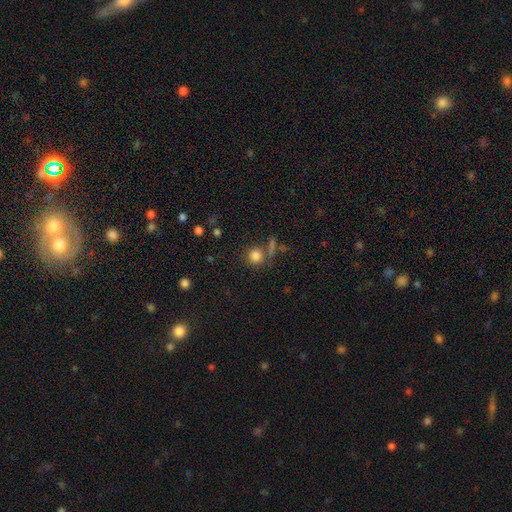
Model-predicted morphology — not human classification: This is clearly a smooth galaxy (81%). How rounded: clearly round (90%). Merging: likely none (72%).